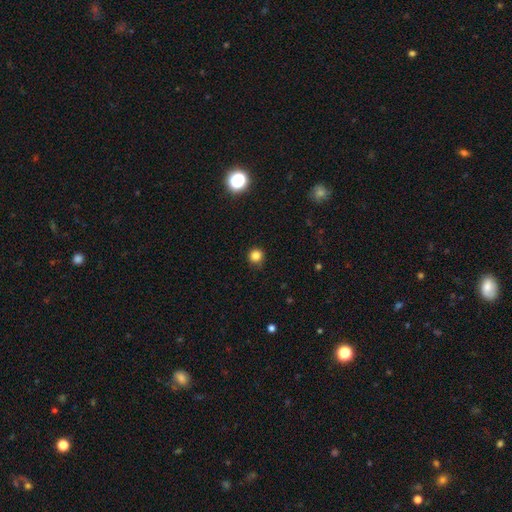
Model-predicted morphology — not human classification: This appears to be a smooth galaxy with no disk features (82%) that is round (94%). Merging: none (86%).